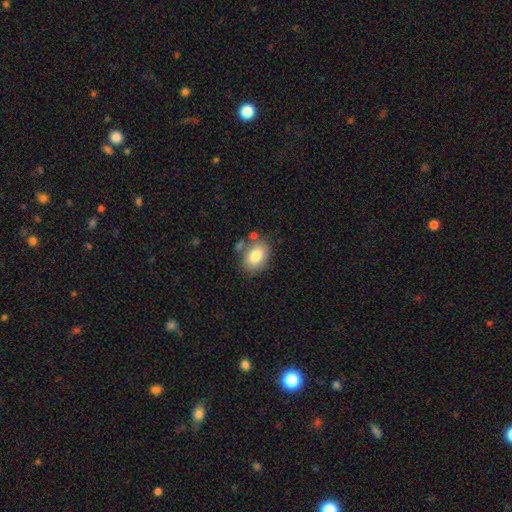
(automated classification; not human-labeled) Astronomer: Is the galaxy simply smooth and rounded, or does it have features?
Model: smooth — 82%.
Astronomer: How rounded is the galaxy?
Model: in between — 81%.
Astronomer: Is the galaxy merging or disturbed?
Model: none — 74%.